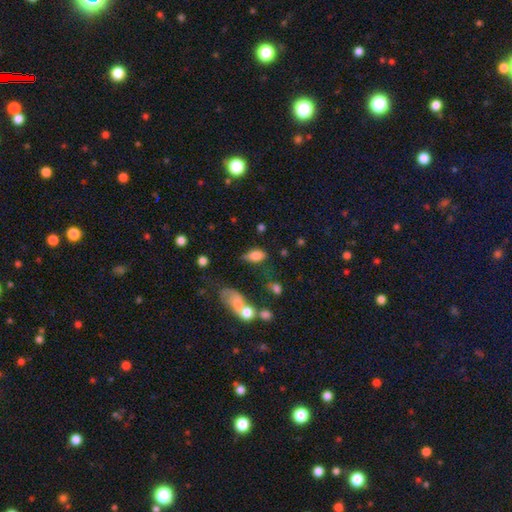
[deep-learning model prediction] This appears to be a smooth galaxy with no disk features (78%) that is in between round and cigar-shaped (88%). Merging: none (48%).